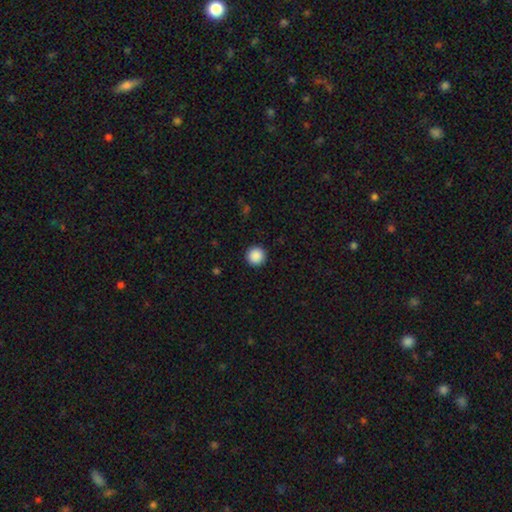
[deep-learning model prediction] Smooth or featured: smooth — 89% (star or artifact — 9%)
How rounded: round — 96% (in between — 3%)
Merging: none — 93% (minor disturbance — 4%)